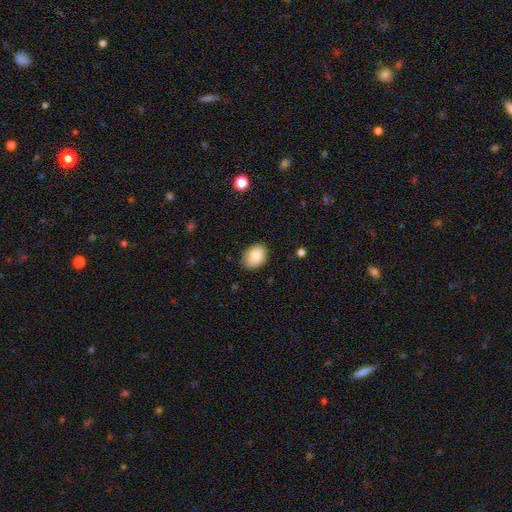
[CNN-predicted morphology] A smooth galaxy with no disk features (87%) that is in between round and cigar-shaped (73%). Merging: none (81%).